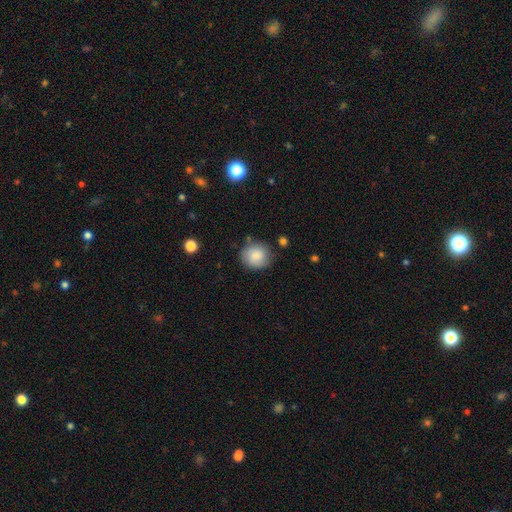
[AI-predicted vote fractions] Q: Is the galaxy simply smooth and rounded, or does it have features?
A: smooth — 83%.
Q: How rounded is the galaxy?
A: round — 85%.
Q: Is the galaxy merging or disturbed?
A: none — 78%.